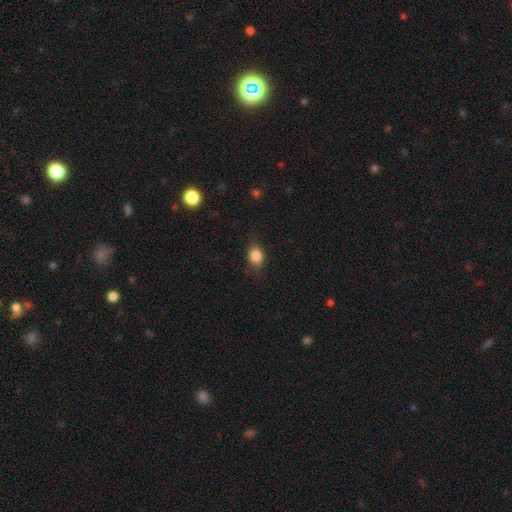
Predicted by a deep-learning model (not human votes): smooth 84%, star or artifact 10%, featured or disk 5%. Down the decision tree: how rounded — in between (50%); merging — none (81%).